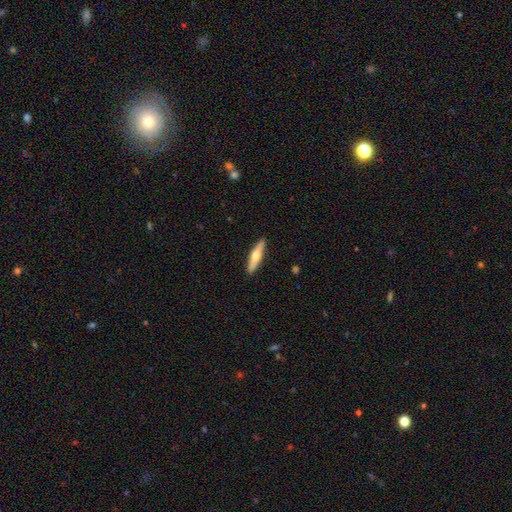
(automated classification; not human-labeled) Smooth or featured? featured or disk (48%)
Merging? none (91%)